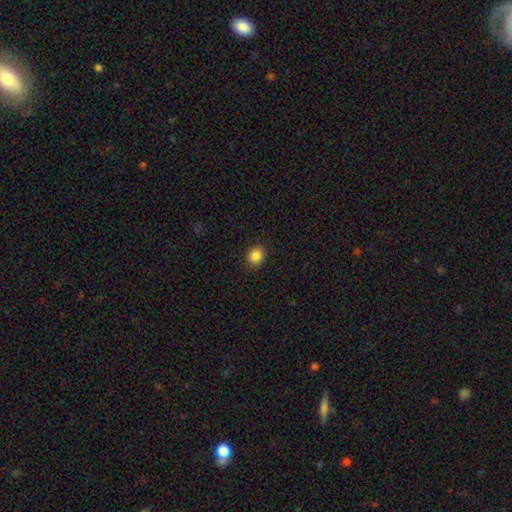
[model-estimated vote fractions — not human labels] Overall: smooth (87%). How rounded: round (56%; in between 43%). Merging: none (90%).